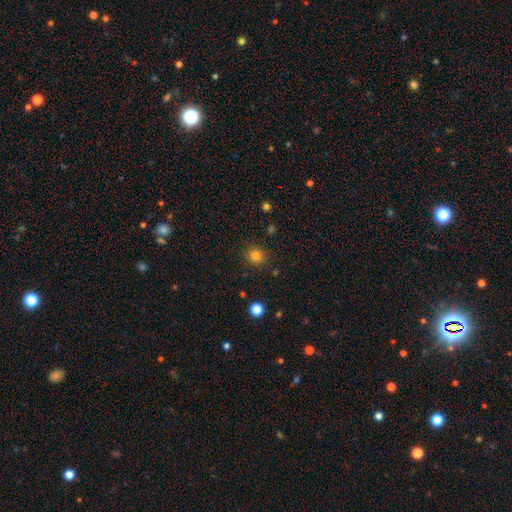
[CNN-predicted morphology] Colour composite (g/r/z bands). It shows a smooth galaxy with no disk features (81%) that is round (88%). Merging: none (89%).